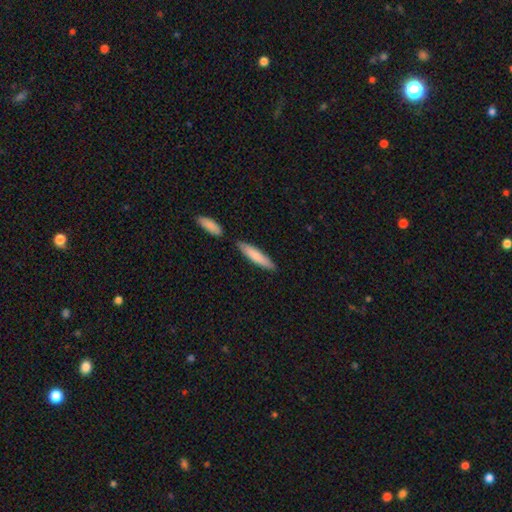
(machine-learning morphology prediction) Q: Smooth or featured?
A: smooth (79%); runner-up: featured or disk (16%)
Q: How rounded?
A: cigar-shaped (81%); runner-up: in between (18%)
Q: Merging?
A: none (77%); runner-up: minor disturbance (11%)